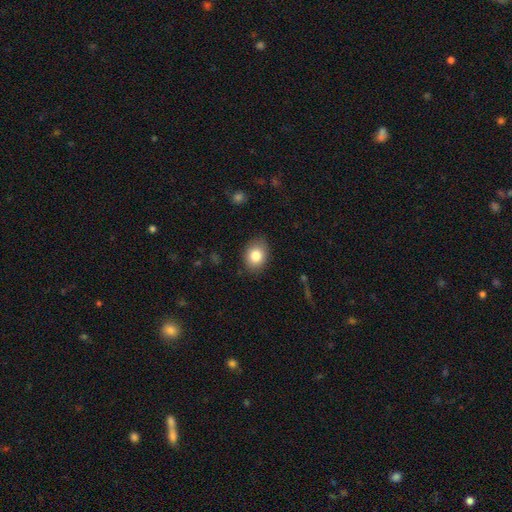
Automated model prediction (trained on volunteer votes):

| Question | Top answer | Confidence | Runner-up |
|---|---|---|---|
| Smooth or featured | smooth | 83% | featured or disk (8%) |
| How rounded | in between | 58% | round (41%) |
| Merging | none | 84% | minor disturbance (13%) |